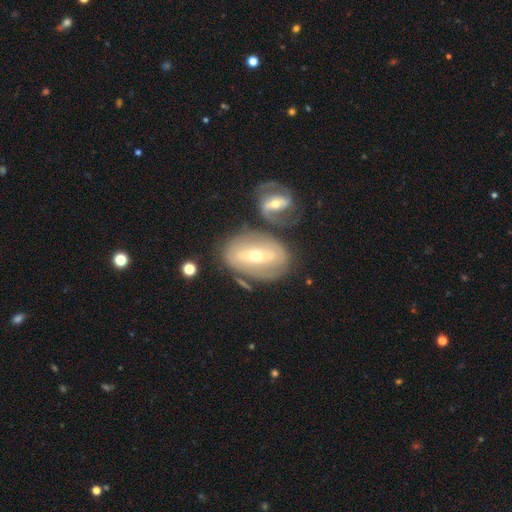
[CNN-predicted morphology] This appears to be a featured or disk galaxy (68%) with a strong bar (46%), spiral arms (62%) and a moderate central bulge (55%). Merging: none (58%).